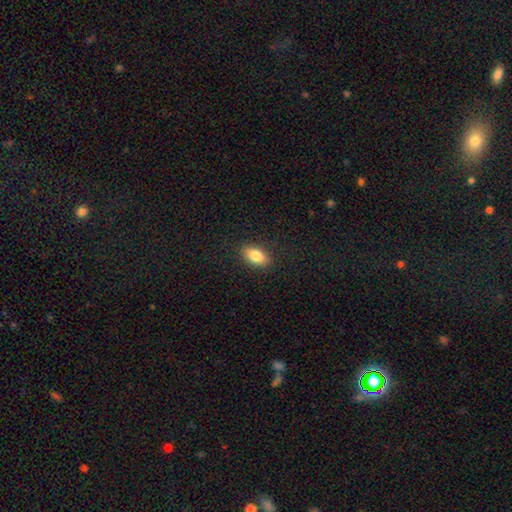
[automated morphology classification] type=smooth (84%); roundness=in between (89%); merging=none (88%).